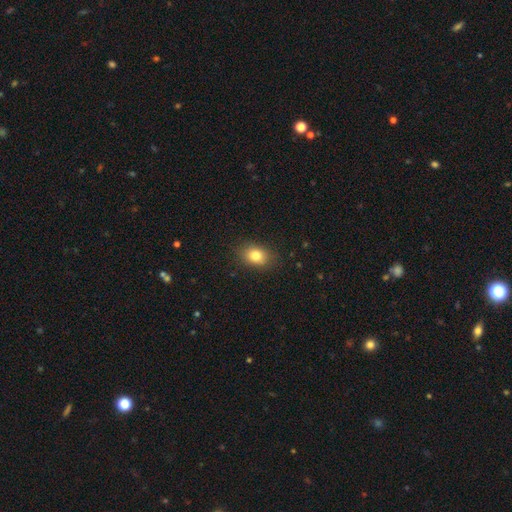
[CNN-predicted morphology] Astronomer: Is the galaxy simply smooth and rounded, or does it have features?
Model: smooth — 81%.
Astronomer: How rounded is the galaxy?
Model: in between — 70%.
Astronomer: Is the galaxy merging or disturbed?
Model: none — 85%.